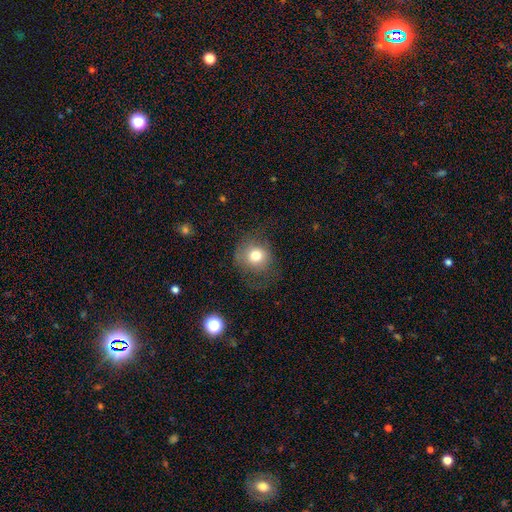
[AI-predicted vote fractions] smooth_or_featured: smooth (p=0.71) [alt: featured or disk p=0.18]
how_rounded: round (p=0.82) [alt: in between p=0.17]
merging: none (p=0.58) [alt: major disturbance p=0.20]